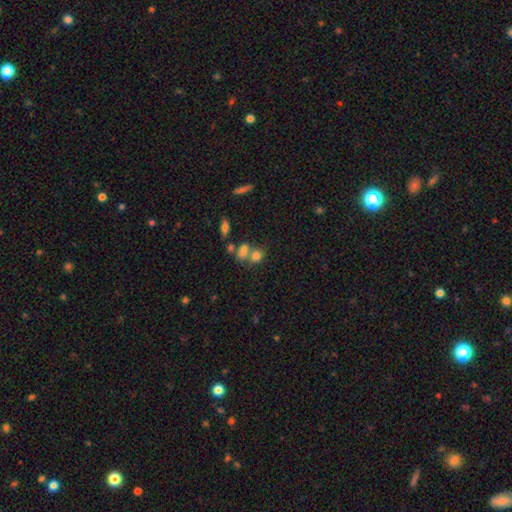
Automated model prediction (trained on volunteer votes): smooth 72%, star or artifact 15%, featured or disk 13%. Down the decision tree: how rounded — round (56%); merging — merger (47%).